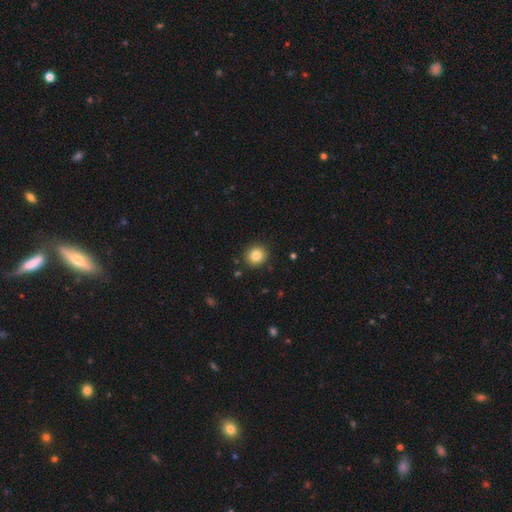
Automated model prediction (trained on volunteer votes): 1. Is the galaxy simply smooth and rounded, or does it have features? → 83% smooth, 11% star or artifact, 7% featured or disk.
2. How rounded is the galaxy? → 91% round, 8% in between, 1% cigar-shaped.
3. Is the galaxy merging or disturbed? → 90% none, 6% minor disturbance, 2% major disturbance, 1% merger.